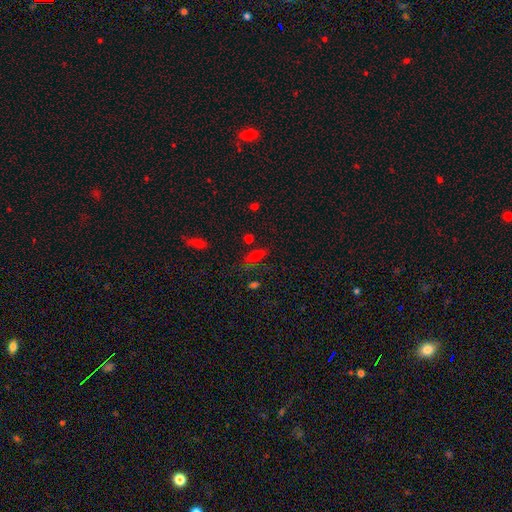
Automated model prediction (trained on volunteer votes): This appears to be a smooth galaxy with no disk features (64%) that is in between round and cigar-shaped (62%). Merging: none (67%).